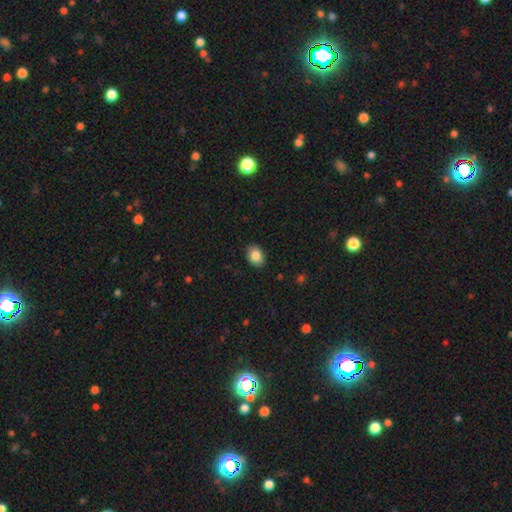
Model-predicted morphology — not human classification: Q: Smooth or featured?
A: smooth (85%); runner-up: star or artifact (8%)
Q: How rounded?
A: in between (72%); runner-up: round (27%)
Q: Merging?
A: none (89%); runner-up: minor disturbance (8%)